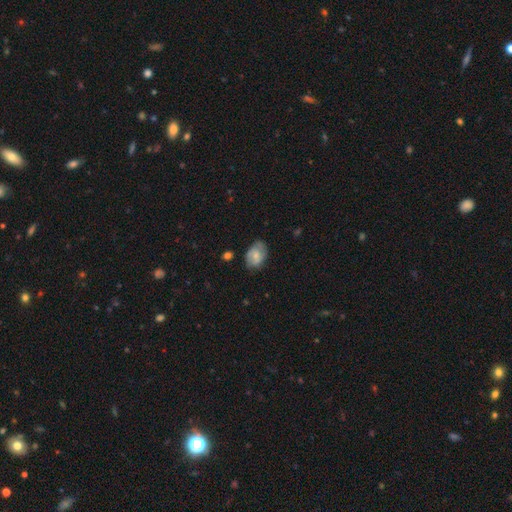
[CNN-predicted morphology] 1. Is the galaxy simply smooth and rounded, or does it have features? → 57% smooth, 36% featured or disk, 7% star or artifact.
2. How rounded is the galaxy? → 80% in between, 18% round, 1% cigar-shaped.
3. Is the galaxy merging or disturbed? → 65% none, 27% minor disturbance, 7% major disturbance, 2% merger.